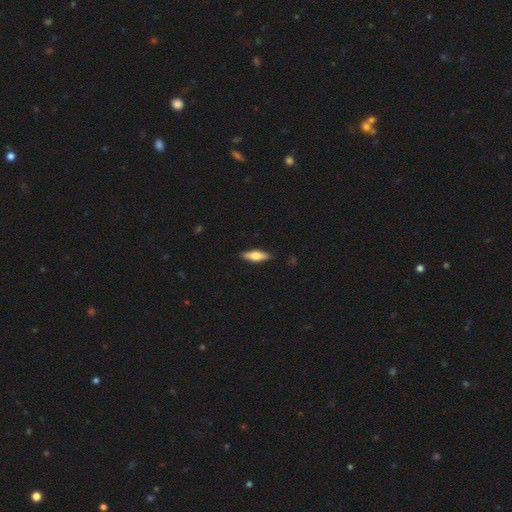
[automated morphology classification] This is possibly a smooth galaxy (56%). How rounded: possibly cigar-shaped (52%). Merging: clearly none (87%).